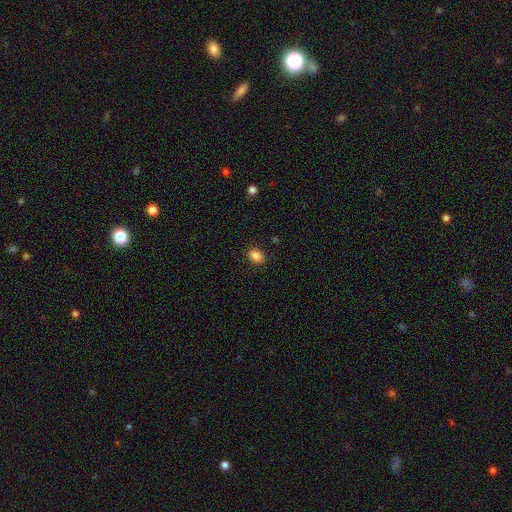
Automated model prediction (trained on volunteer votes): Morphology: type=smooth (86%); roundness=in between (57%); merging=none (89%).